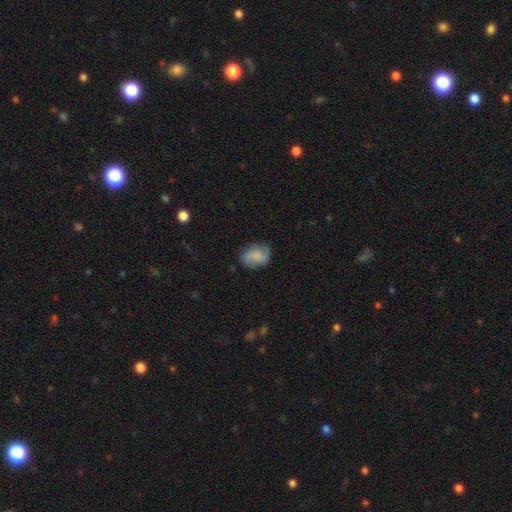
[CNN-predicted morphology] Smooth or featured? Predicted: smooth (p=0.59). How rounded? Predicted: in between (p=0.63). Merging? Predicted: none (p=0.71).